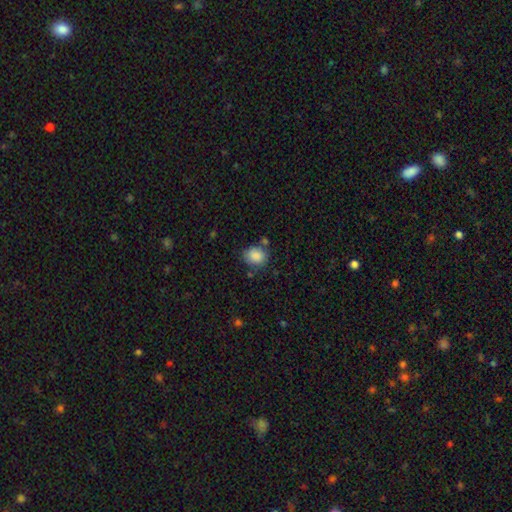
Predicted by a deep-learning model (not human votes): This is clearly a smooth galaxy (87%). How rounded: possibly round (60%). Merging: likely none (71%).